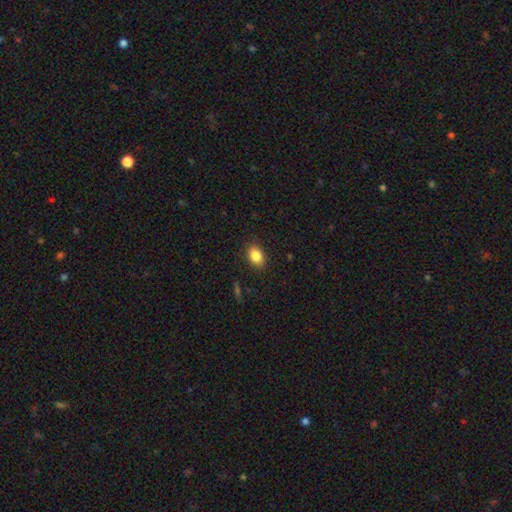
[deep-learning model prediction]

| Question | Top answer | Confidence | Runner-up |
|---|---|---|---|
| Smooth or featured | smooth | 85% | star or artifact (9%) |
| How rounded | in between | 78% | round (20%) |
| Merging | none | 87% | minor disturbance (9%) |